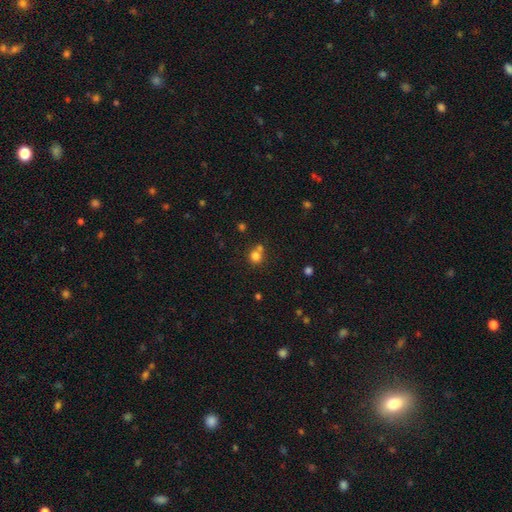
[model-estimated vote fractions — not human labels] This is likely a smooth galaxy (78%). How rounded: clearly round (85%). Merging: possibly none (54%).